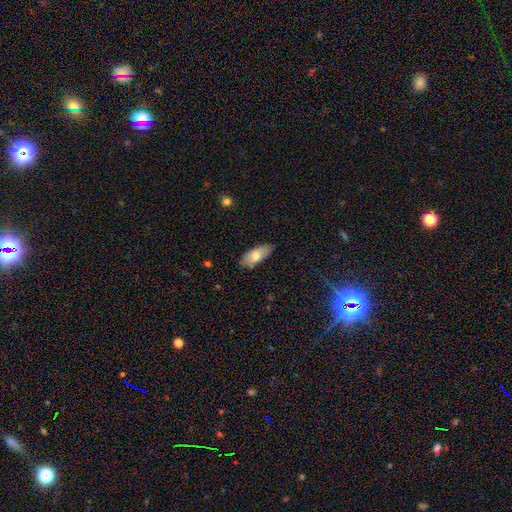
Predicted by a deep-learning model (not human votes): Smooth or featured? smooth (78%)
How rounded? in between (80%)
Merging? none (81%)